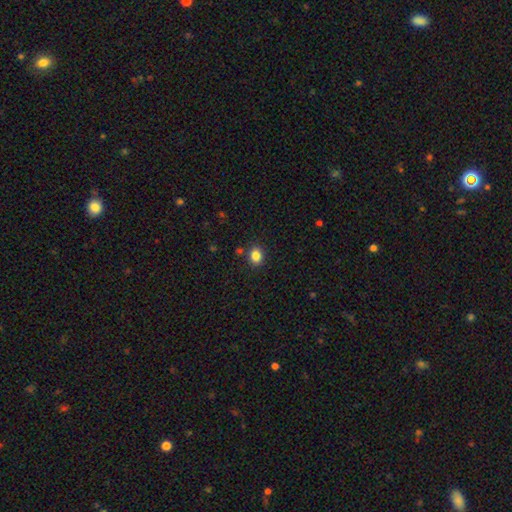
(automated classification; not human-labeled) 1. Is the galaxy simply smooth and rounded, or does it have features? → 84% smooth, 11% star or artifact, 5% featured or disk.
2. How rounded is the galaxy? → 54% round, 45% in between, 1% cigar-shaped.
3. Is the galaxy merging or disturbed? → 85% none, 9% minor disturbance, 3% merger, 2% major disturbance.